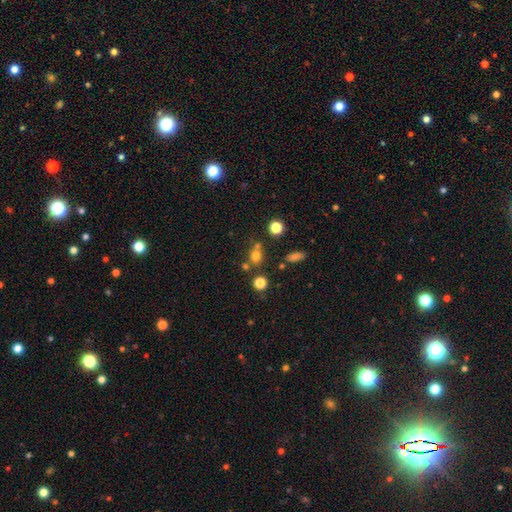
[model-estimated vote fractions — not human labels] smooth_or_featured: smooth (p=0.71) [alt: star or artifact p=0.19]
how_rounded: round (p=0.71) [alt: in between p=0.27]
merging: none (p=0.57) [alt: merger p=0.27]